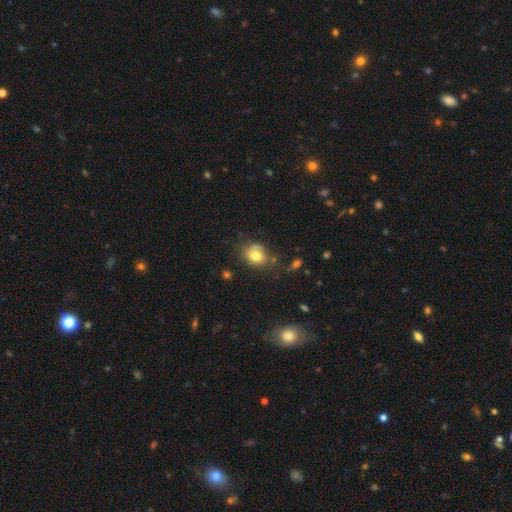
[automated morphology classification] Smooth or featured? smooth (75%)
How rounded? round (59%)
Merging? none (60%)